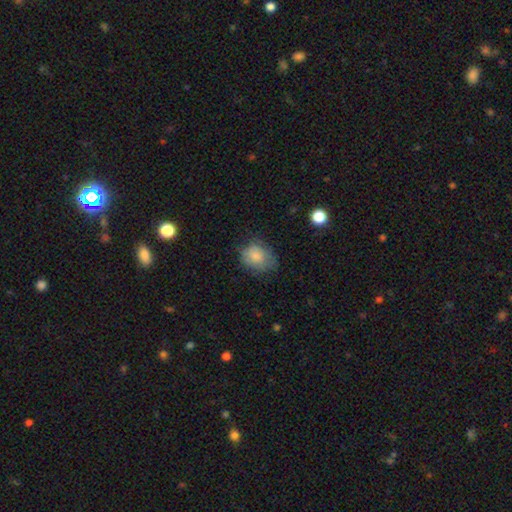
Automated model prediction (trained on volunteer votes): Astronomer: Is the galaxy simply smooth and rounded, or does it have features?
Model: smooth — 79%.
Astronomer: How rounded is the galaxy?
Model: round — 51% (runner-up: in between, 48%).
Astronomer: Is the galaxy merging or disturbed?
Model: none — 55% (runner-up: minor disturbance, 32%).